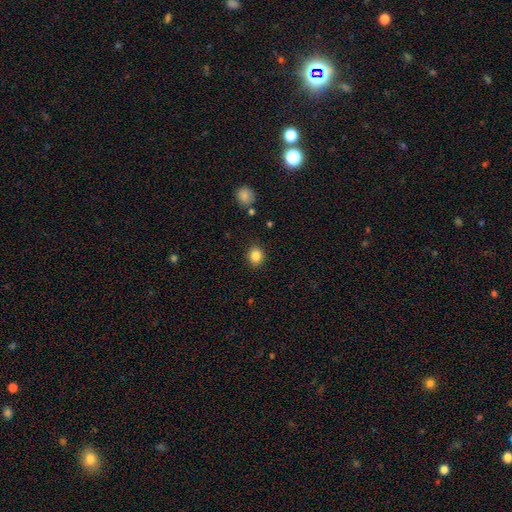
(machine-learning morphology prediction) smooth_or_featured: smooth (p=0.85) [alt: star or artifact p=0.10]
how_rounded: round (p=0.74) [alt: in between p=0.25]
merging: none (p=0.88) [alt: minor disturbance p=0.08]